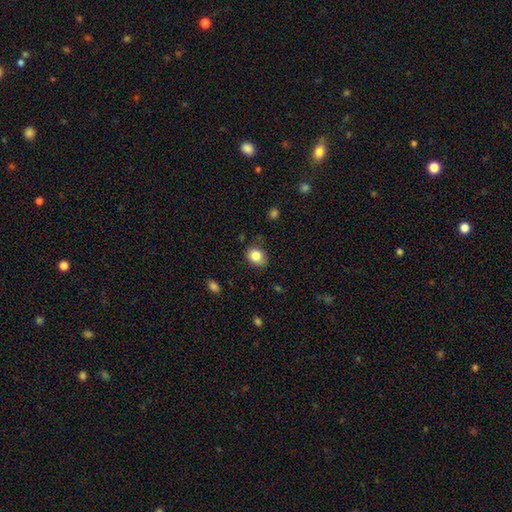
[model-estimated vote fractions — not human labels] smooth-or-featured: smooth: 84% | star or artifact: 10% | featured or disk: 6%
  how-rounded: round: 53% | in between: 46% | cigar-shaped: 1%
  merging: none: 74% | minor disturbance: 21% | major disturbance: 4% | merger: 2%